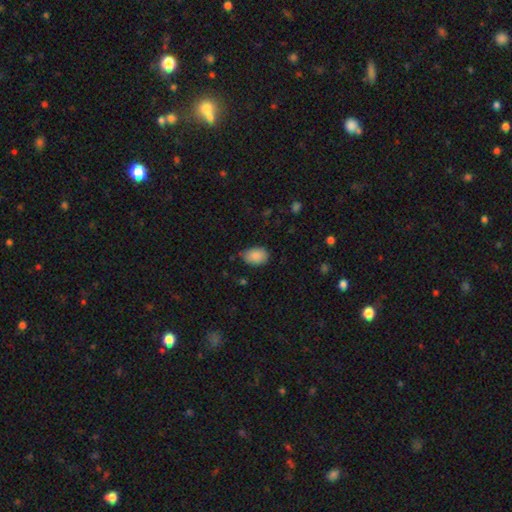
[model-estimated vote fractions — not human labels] A smooth galaxy with no disk features (88%) that is in between round and cigar-shaped (84%). Merging: none (67%).